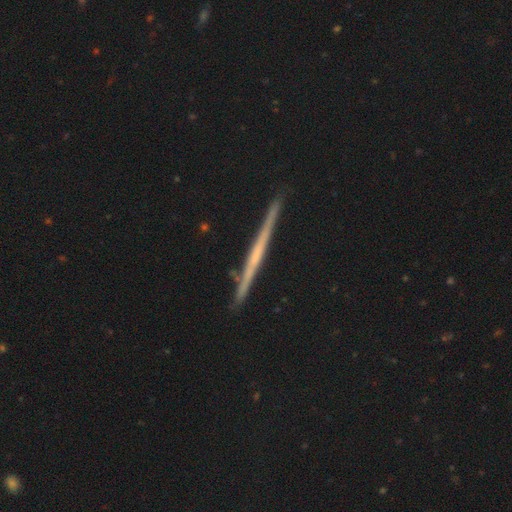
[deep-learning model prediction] Smooth or featured? featured or disk (71%)
Edge-on disk? yes (98%)
Edge-on bulge? none (76%)
Merging? none (90%)